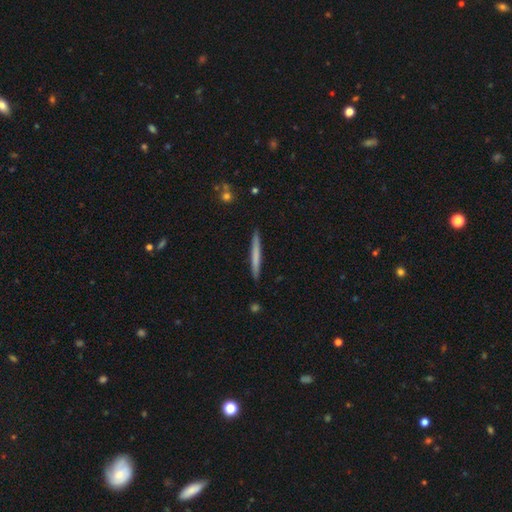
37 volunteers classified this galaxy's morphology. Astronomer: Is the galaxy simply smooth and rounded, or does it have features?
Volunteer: smooth — 62%.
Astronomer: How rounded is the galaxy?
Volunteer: cigar-shaped — 91%.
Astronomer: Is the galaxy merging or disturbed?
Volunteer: none — 89%.